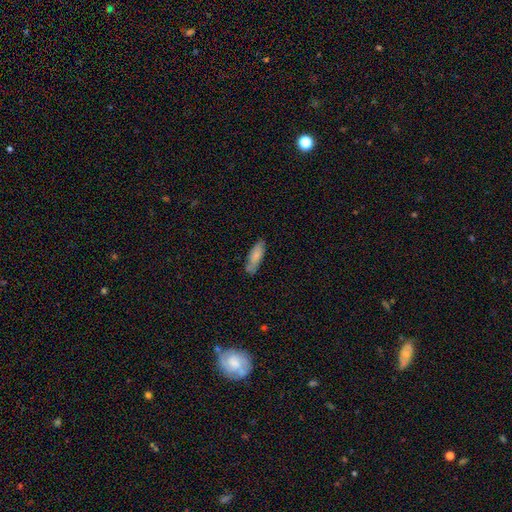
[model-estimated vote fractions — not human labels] Smooth or featured? Predicted: smooth (p=0.79). How rounded? Predicted: in between (p=0.51). Merging? Predicted: none (p=0.77).